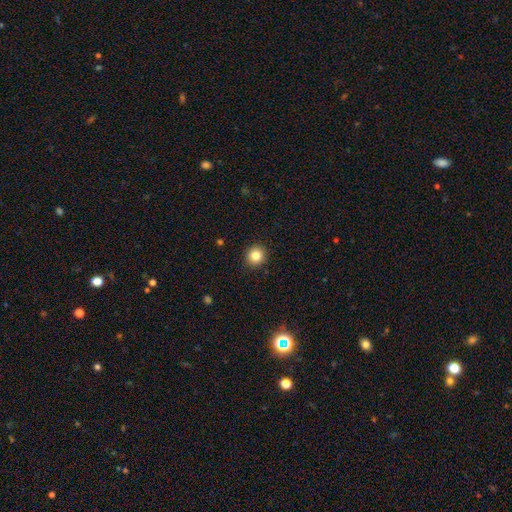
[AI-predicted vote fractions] Overall: smooth (83%). How rounded: round (90%). Merging: none (92%).